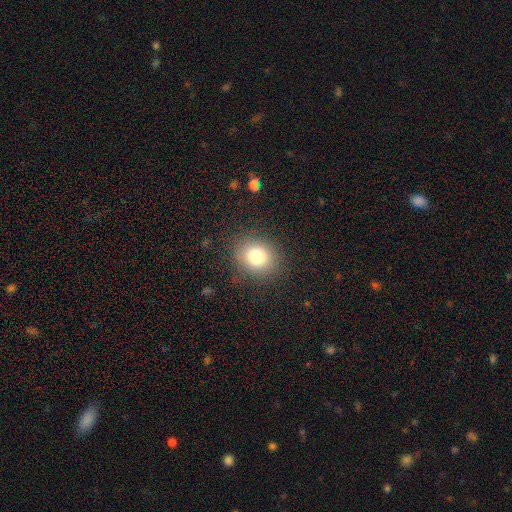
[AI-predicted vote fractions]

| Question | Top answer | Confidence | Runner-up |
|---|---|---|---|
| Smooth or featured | smooth | 81% | star or artifact (11%) |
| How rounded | round | 66% | in between (33%) |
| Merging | none | 88% | minor disturbance (8%) |